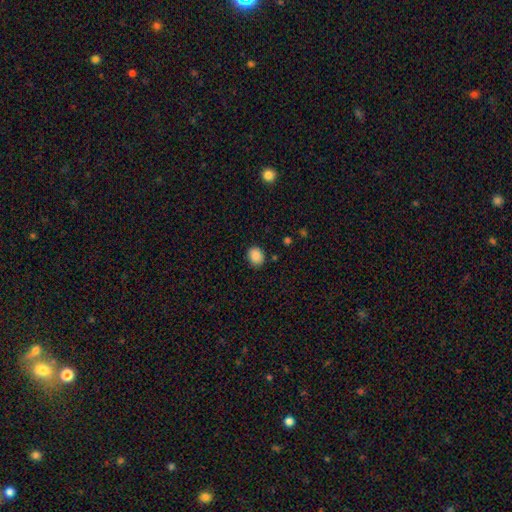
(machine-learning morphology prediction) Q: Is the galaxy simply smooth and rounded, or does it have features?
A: smooth — 87%.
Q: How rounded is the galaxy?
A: round — 52%.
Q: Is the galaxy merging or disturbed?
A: none — 85%.